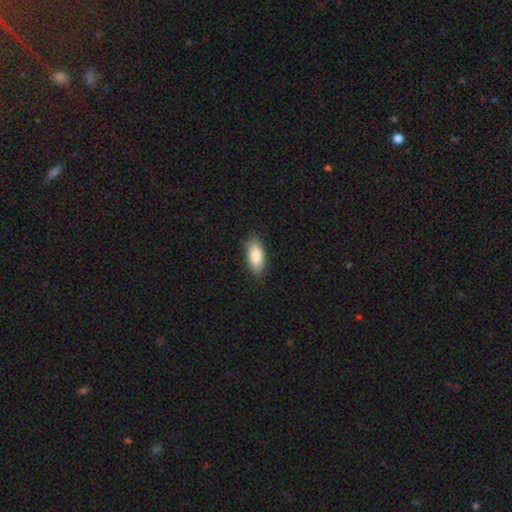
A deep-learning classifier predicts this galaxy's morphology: smooth-or-featured: smooth: 85% | featured or disk: 9% | star or artifact: 6%
  how-rounded: in between: 86% | cigar-shaped: 12% | round: 2%
  merging: none: 86% | minor disturbance: 11% | major disturbance: 2% | merger: 1%